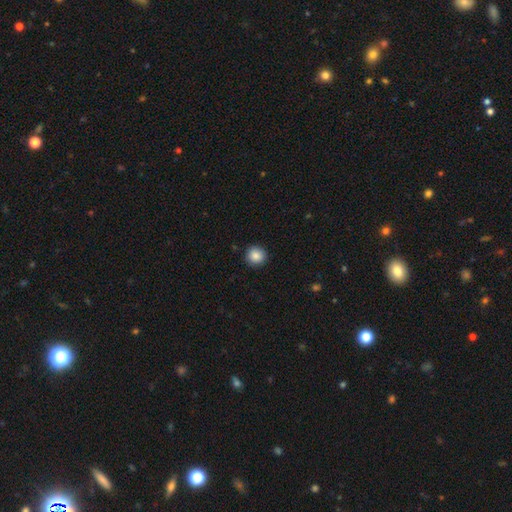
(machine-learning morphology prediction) Smooth or featured?
  - smooth: 87% *
  - star or artifact: 9%
  - featured or disk: 4%
How rounded?
  - round: 93% *
  - in between: 6%
  - cigar-shaped: 1%
Merging?
  - none: 91% *
  - minor disturbance: 6%
  - major disturbance: 2%
  - merger: 1%